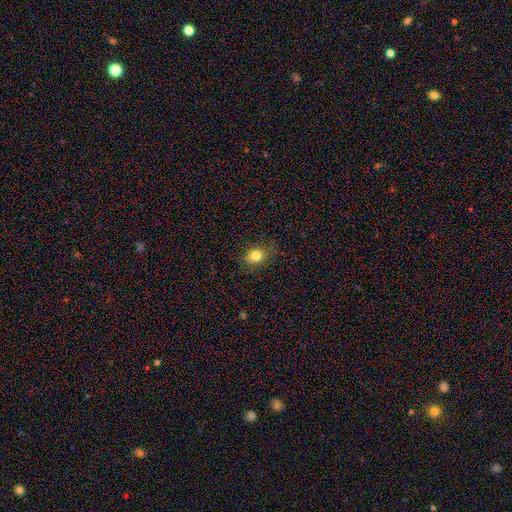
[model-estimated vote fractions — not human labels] Smooth or featured? Predicted: smooth (p=0.80). How rounded? Predicted: in between (p=0.52). Merging? Predicted: none (p=0.83).